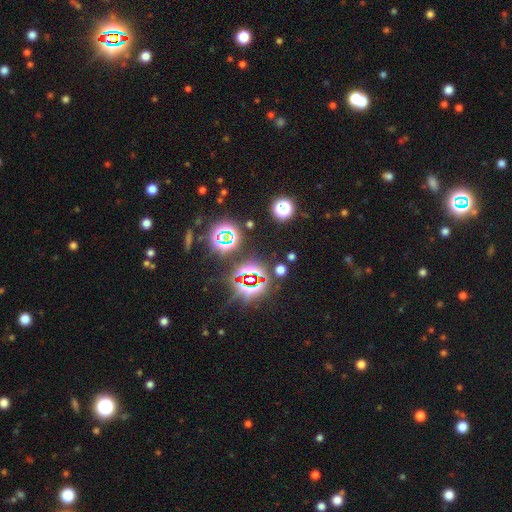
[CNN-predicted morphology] This is clearly a star or artifact rather than a galaxy (80%).